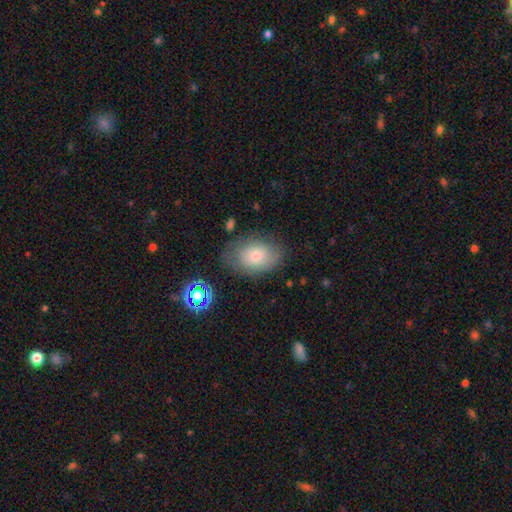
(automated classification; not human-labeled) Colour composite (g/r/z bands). It shows a smooth galaxy with no disk features (73%) that is in between round and cigar-shaped (83%). Merging: none (73%).